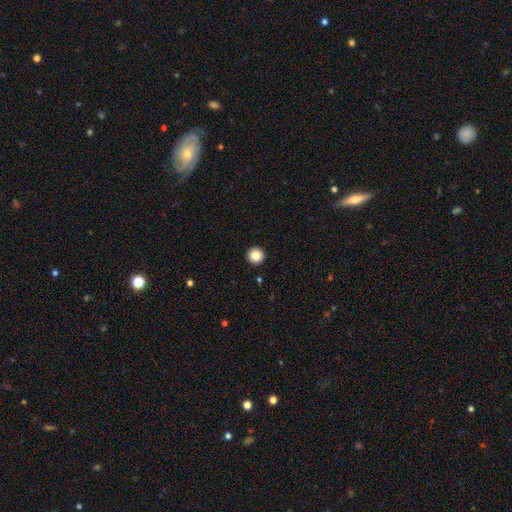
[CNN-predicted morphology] A smooth galaxy with no disk features (85%) that is round (97%). Merging: none (94%).